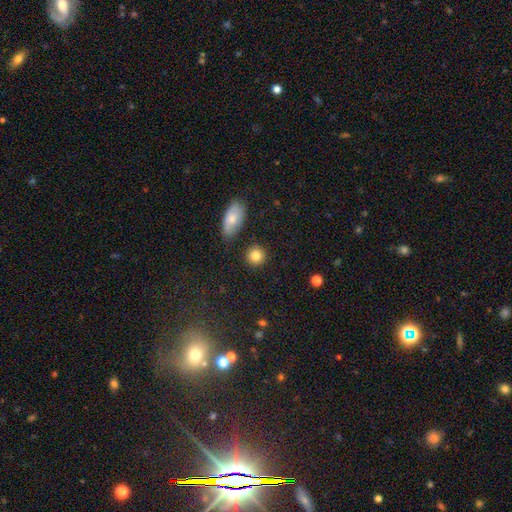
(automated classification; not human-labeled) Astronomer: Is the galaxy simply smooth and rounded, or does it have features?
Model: smooth — 84%.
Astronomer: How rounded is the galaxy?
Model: round — 90%.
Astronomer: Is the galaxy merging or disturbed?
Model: none — 88%.